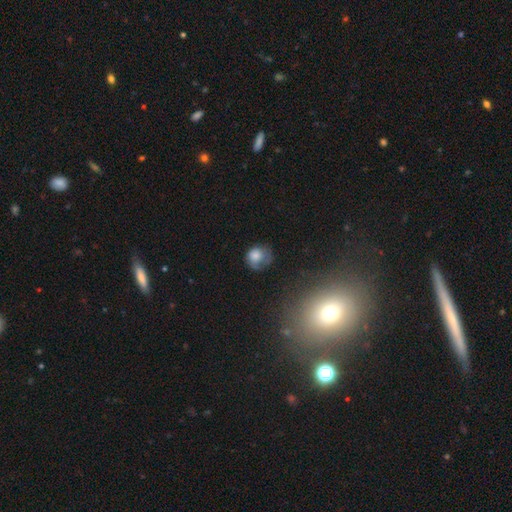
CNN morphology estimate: type=smooth (71%); roundness=round (73%); merging=none (44%).